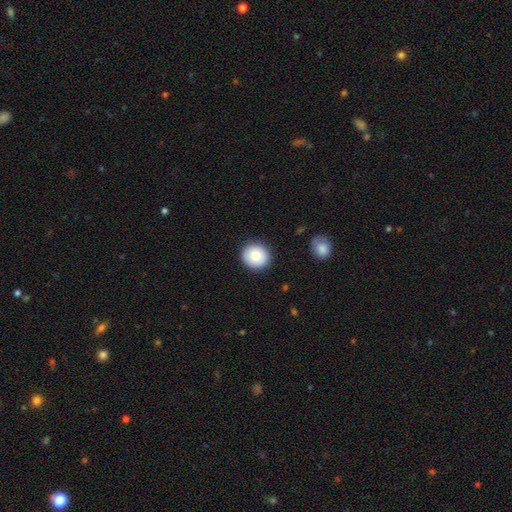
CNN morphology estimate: This appears to be a smooth galaxy with no disk features (81%) that is round (86%). Merging: none (90%).